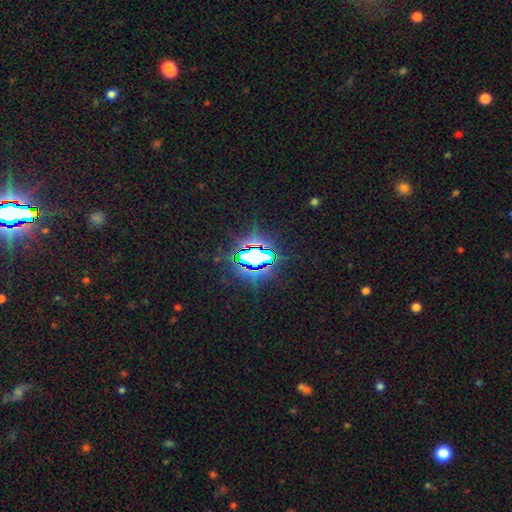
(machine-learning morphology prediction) Smooth or featured? star or artifact (75%)